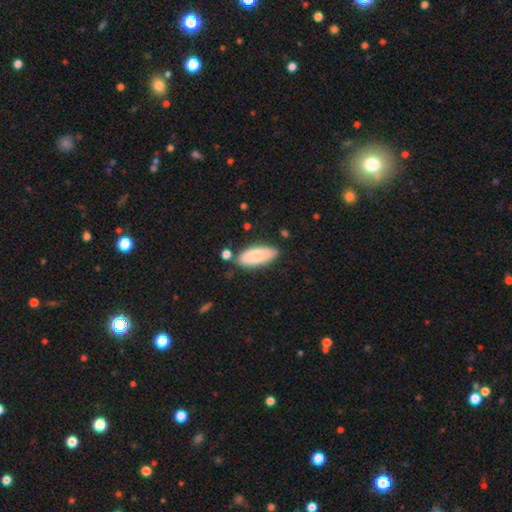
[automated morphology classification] Q: Smooth or featured?
A: smooth (81%); runner-up: featured or disk (14%)
Q: How rounded?
A: in between (79%); runner-up: cigar-shaped (19%)
Q: Merging?
A: none (77%); runner-up: minor disturbance (14%)